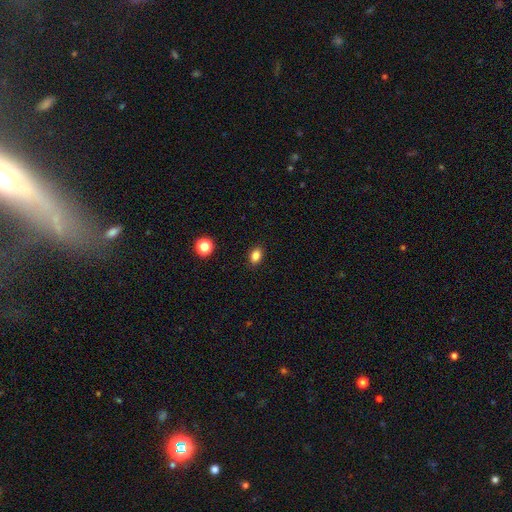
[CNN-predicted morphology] This appears to be a smooth galaxy with no disk features (84%) that is in between round and cigar-shaped (78%). Merging: none (89%).